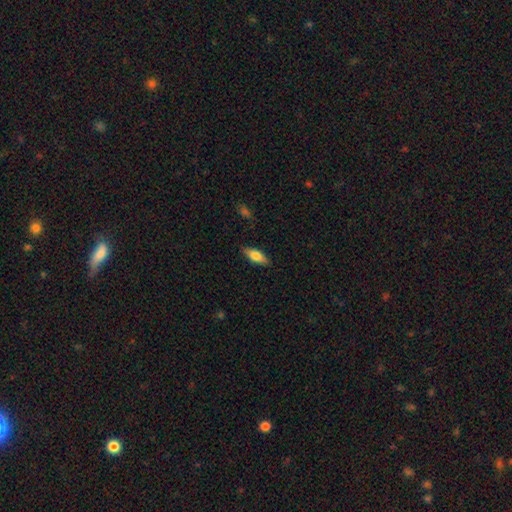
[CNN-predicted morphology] Smooth or featured: smooth — 71% (featured or disk — 22%)
How rounded: in between — 71% (cigar-shaped — 26%)
Merging: none — 85% (minor disturbance — 12%)